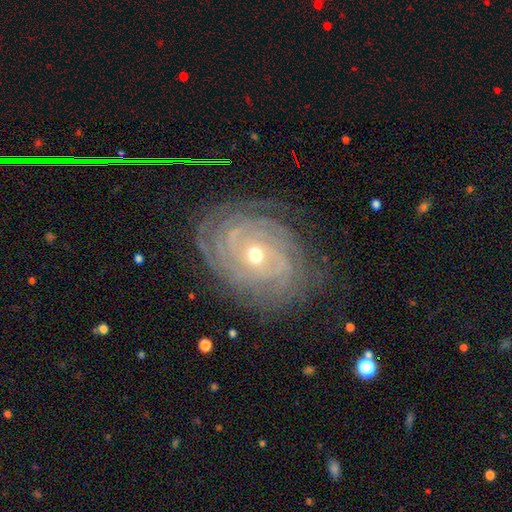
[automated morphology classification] Q: Smooth or featured?
A: featured or disk (87%); runner-up: star or artifact (7%)
Q: Edge-on disk?
A: no (96%); runner-up: yes (4%)
Q: Bar?
A: no (63%); runner-up: weak (26%)
Q: Spiral arms?
A: yes (97%); runner-up: no (3%)
Q: Spiral winding?
A: tight (85%); runner-up: medium (12%)
Q: Spiral arm count?
A: can't tell (28%); runner-up: more than 4 (21%)
Q: Bulge size?
A: small (52%); runner-up: moderate (45%)
Q: Merging?
A: none (79%); runner-up: minor disturbance (14%)